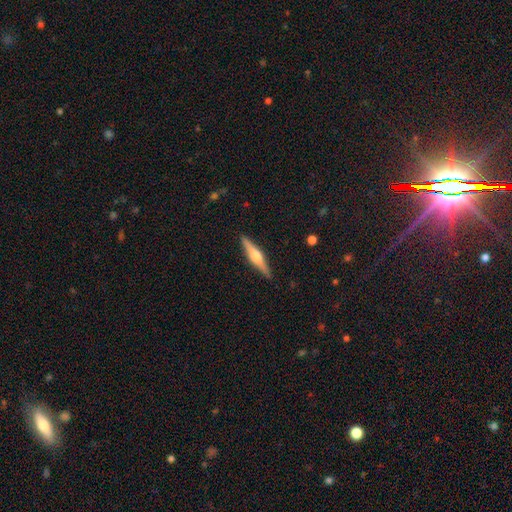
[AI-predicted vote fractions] Smooth or featured?
  - featured or disk: 69% *
  - smooth: 26%
  - star or artifact: 6%
Edge-on disk?
  - yes: 98% *
  - no: 2%
Edge-on bulge?
  - rounded: 86% *
  - boxy: 10%
  - none: 4%
Merging?
  - none: 90% *
  - minor disturbance: 7%
  - major disturbance: 1%
  - merger: 1%